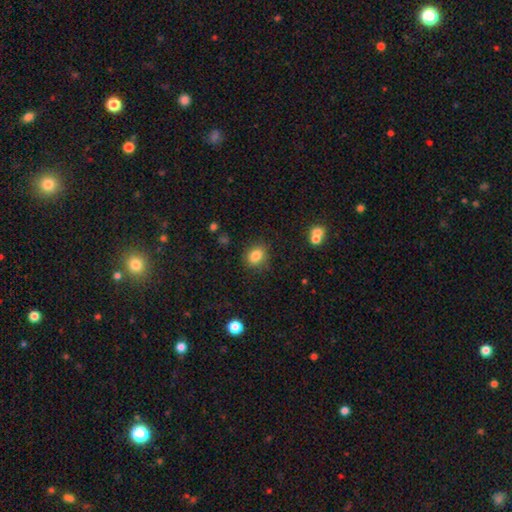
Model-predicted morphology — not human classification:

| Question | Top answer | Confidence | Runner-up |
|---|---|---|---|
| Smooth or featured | smooth | 83% | star or artifact (10%) |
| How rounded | round | 51% | in between (48%) |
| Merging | none | 81% | minor disturbance (13%) |